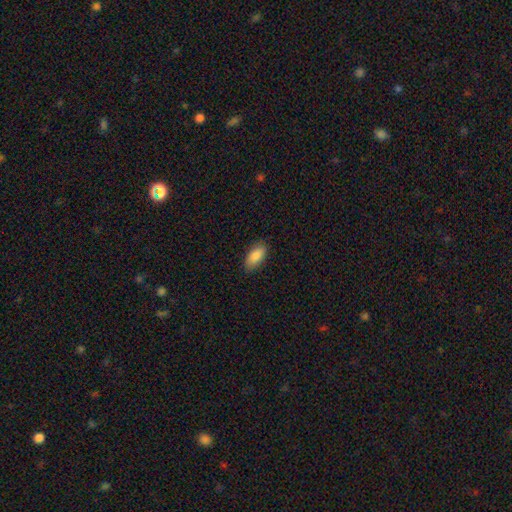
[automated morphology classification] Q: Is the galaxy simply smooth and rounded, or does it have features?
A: smooth — 87%.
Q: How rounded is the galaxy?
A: in between — 89%.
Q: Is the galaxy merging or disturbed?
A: none — 86%.